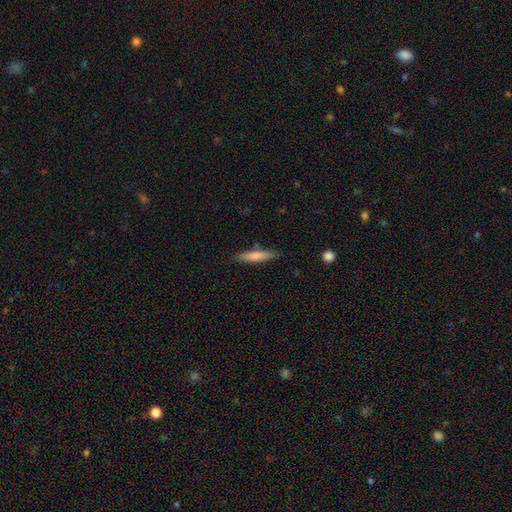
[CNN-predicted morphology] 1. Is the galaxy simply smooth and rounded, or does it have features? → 74% smooth, 20% featured or disk, 6% star or artifact.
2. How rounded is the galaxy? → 85% cigar-shaped, 14% in between, 1% round.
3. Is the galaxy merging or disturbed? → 82% none, 12% minor disturbance, 3% merger, 2% major disturbance.